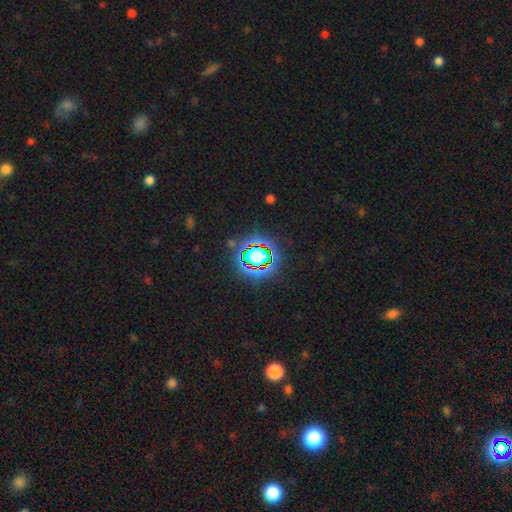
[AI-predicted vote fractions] star or artifact 79%, smooth 13%, featured or disk 8%.